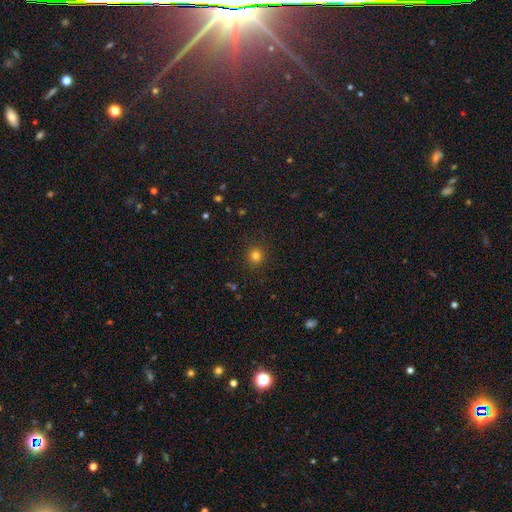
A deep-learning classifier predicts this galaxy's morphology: Q: Smooth or featured?
A: smooth (80%); runner-up: star or artifact (15%)
Q: How rounded?
A: round (91%); runner-up: in between (8%)
Q: Merging?
A: none (91%); runner-up: minor disturbance (6%)